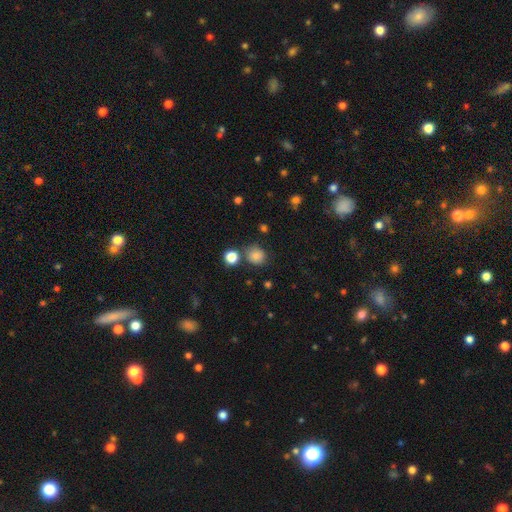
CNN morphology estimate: Smooth or featured? Predicted: smooth (p=0.81). How rounded? Predicted: round (p=0.80). Merging? Predicted: none (p=0.76).